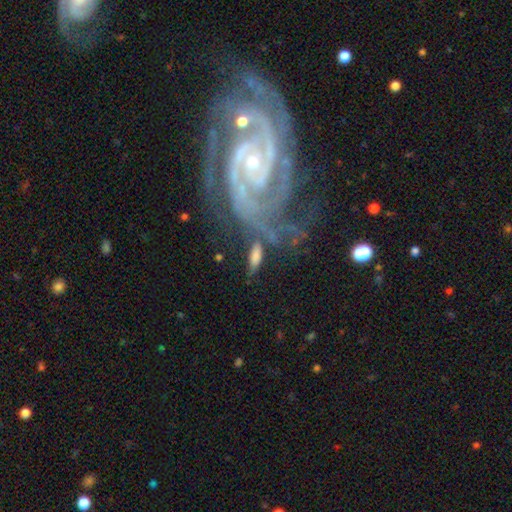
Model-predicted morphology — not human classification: A smooth galaxy with no disk features (70%) that is in between round and cigar-shaped (66%). Merging: none (63%).